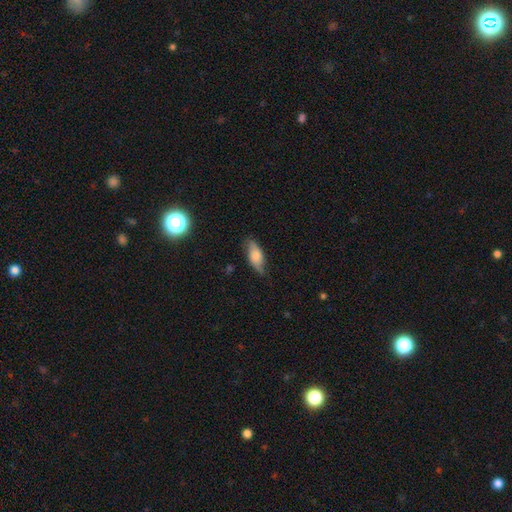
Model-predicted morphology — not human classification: type=smooth (69%); roundness=in between (78%); merging=none (70%).